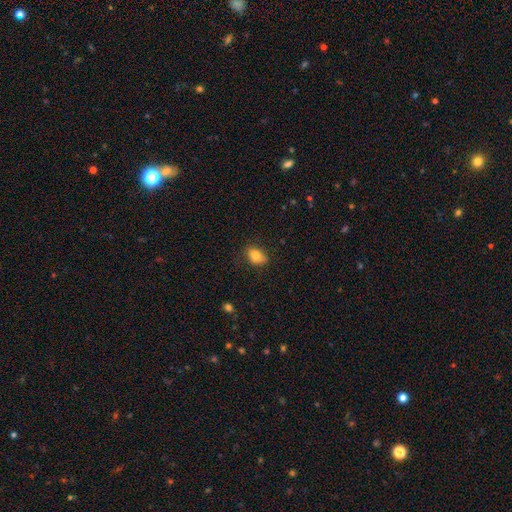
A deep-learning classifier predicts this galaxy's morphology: Smooth or featured: smooth — 80% (featured or disk — 11%)
How rounded: in between — 78% (round — 21%)
Merging: none — 74% (minor disturbance — 20%)